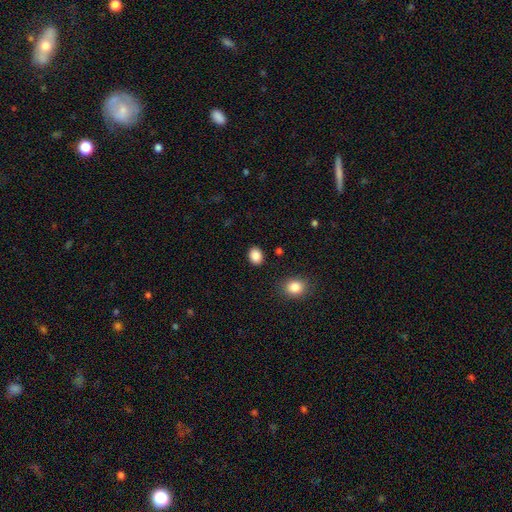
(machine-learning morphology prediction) smooth 87%, star or artifact 9%, featured or disk 4%. Down the decision tree: how rounded — round (51%); merging — none (88%).